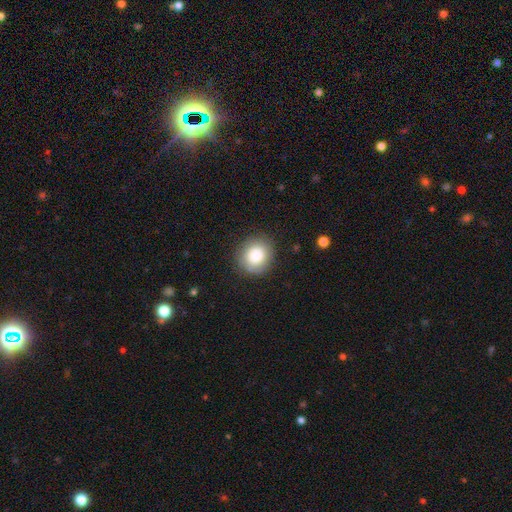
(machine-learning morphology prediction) Smooth or featured?
  - smooth: 81% *
  - featured or disk: 11%
  - star or artifact: 8%
How rounded?
  - round: 84% *
  - in between: 15%
  - cigar-shaped: 1%
Merging?
  - none: 85% *
  - minor disturbance: 11%
  - major disturbance: 3%
  - merger: 1%